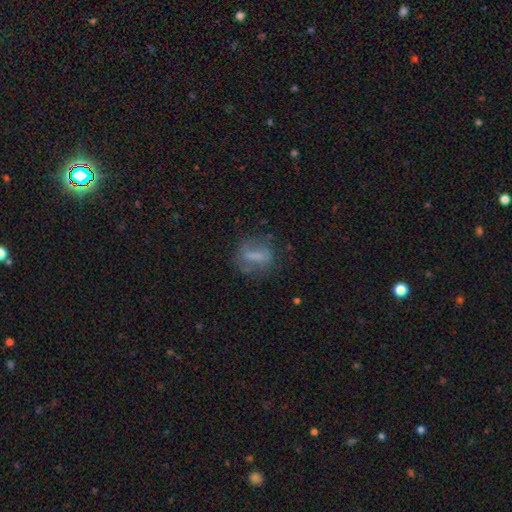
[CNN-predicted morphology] Smooth or featured?
  - smooth: 52% *
  - featured or disk: 36%
  - star or artifact: 12%
How rounded?
  - in between: 47% *
  - round: 34%
  - cigar-shaped: 19%
Merging?
  - none: 64% *
  - minor disturbance: 20%
  - major disturbance: 13%
  - merger: 3%